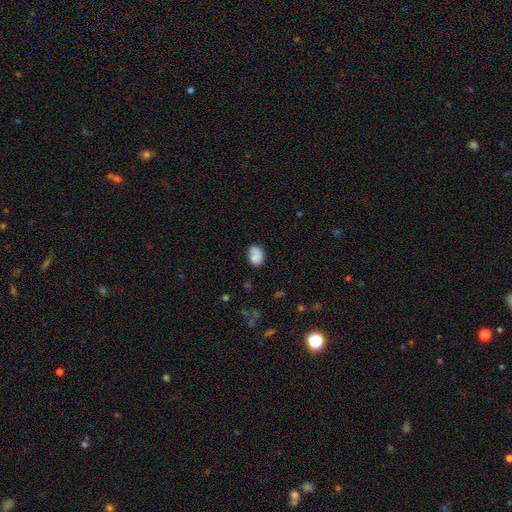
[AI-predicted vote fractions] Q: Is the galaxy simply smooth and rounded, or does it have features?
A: smooth — 77%.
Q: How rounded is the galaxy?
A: in between — 66%.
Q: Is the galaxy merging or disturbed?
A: none — 58%.